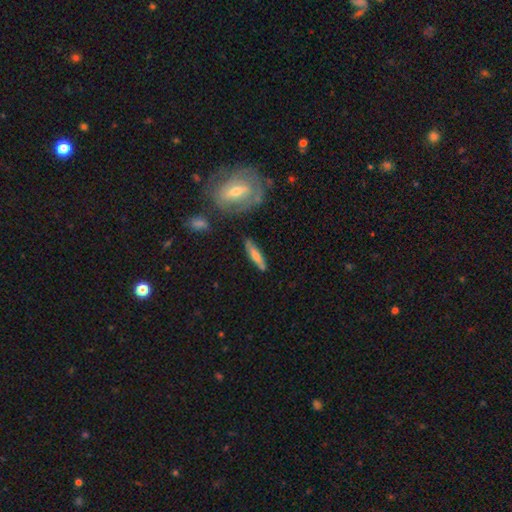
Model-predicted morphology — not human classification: smooth_or_featured: smooth (p=0.58) [alt: featured or disk p=0.35]
how_rounded: cigar-shaped (p=0.79) [alt: in between p=0.19]
merging: none (p=0.79) [alt: minor disturbance p=0.13]